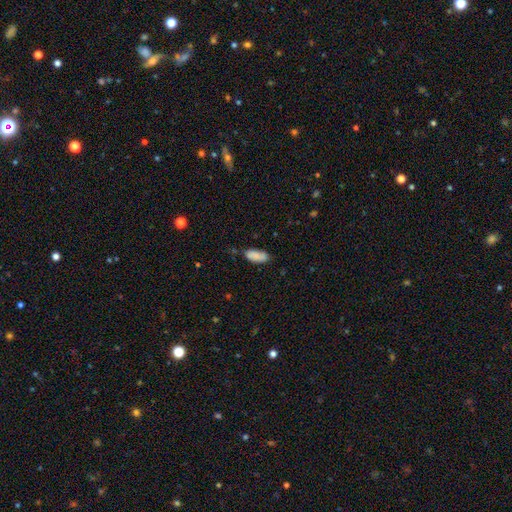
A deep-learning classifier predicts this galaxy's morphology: smooth 82%, featured or disk 11%, star or artifact 7%. Down the decision tree: how rounded — in between (87%); merging — none (70%).